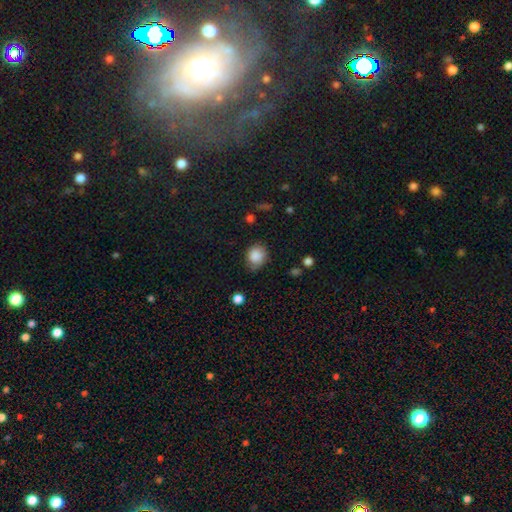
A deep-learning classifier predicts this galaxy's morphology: Smooth or featured? smooth (87%)
How rounded? round (68%)
Merging? none (67%)